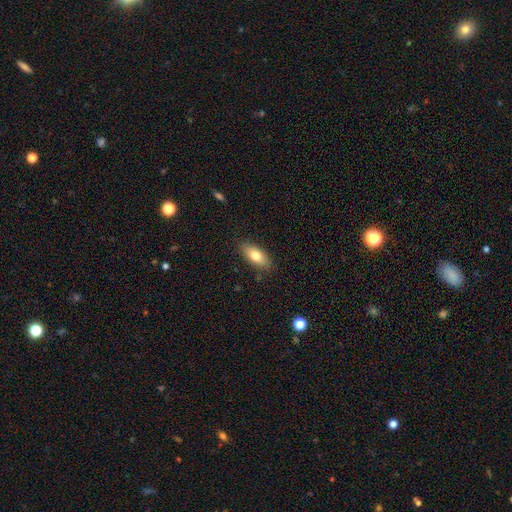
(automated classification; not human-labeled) This is likely a smooth galaxy (77%). How rounded: clearly in between (82%). Merging: clearly none (86%).